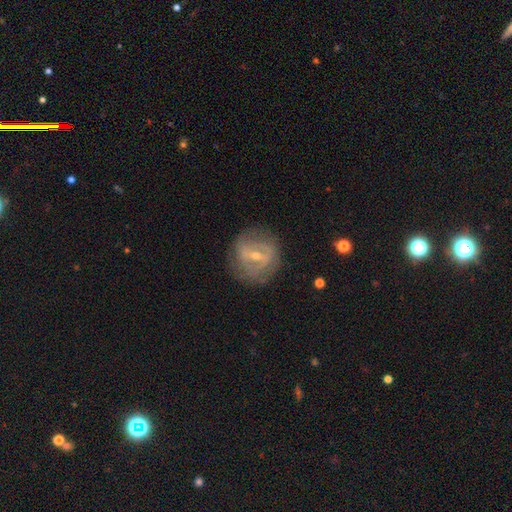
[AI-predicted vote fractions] This appears to be a featured or disk galaxy (75%) with a weak bar (43%), spiral arms (66%) and a small central bulge (57%). Merging: none (76%).